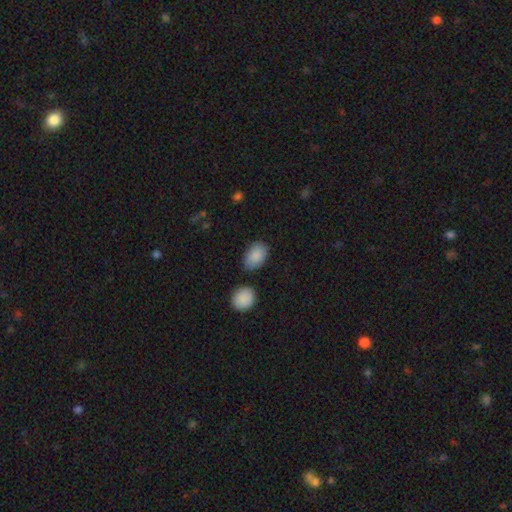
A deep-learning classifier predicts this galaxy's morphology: A smooth galaxy with no disk features (88%) that is in between round and cigar-shaped (91%).

Vote fractions:
- Smooth or featured? smooth: 88% / star or artifact: 7% / featured or disk: 5%
- How rounded? in between: 91% / round: 8% / cigar-shaped: 1%
- Merging? none: 73% / minor disturbance: 17% / merger: 7% / major disturbance: 4%